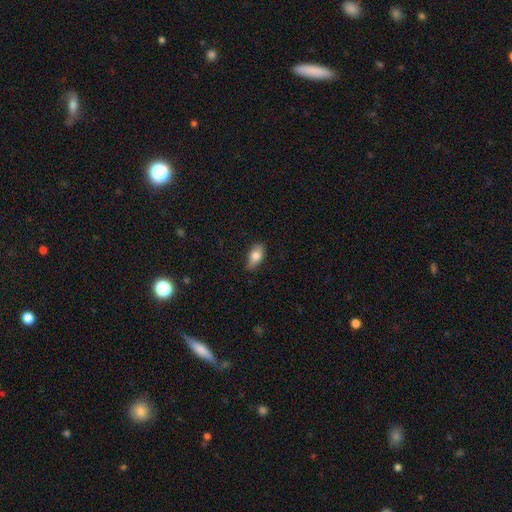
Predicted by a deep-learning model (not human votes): Q: Smooth or featured?
A: smooth (74%); runner-up: featured or disk (19%)
Q: How rounded?
A: in between (86%); runner-up: cigar-shaped (7%)
Q: Merging?
A: none (71%); runner-up: minor disturbance (23%)